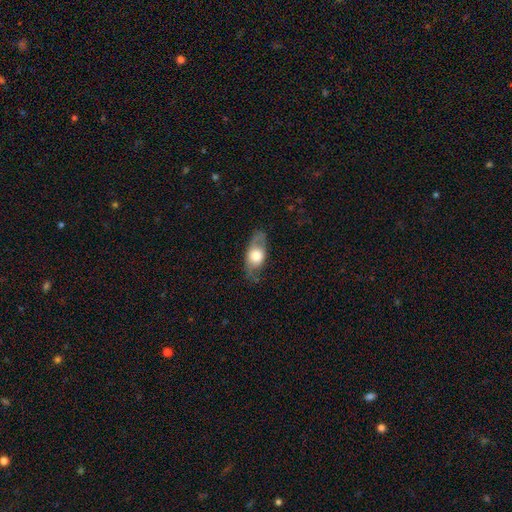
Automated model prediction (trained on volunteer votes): Smooth or featured? smooth (55%)
How rounded? in between (80%)
Merging? none (65%)